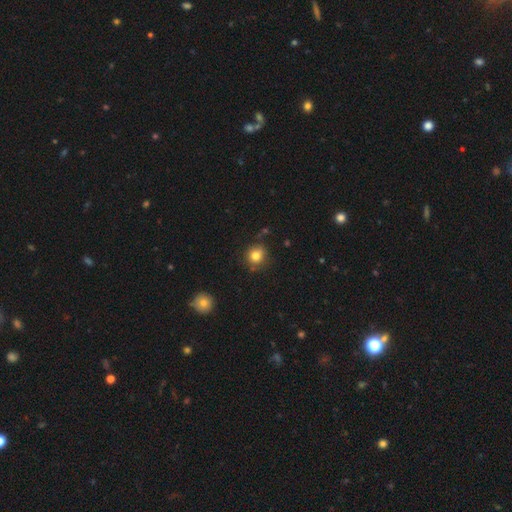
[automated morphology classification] A smooth galaxy with no disk features (81%) that is round (86%). Merging: none (80%).